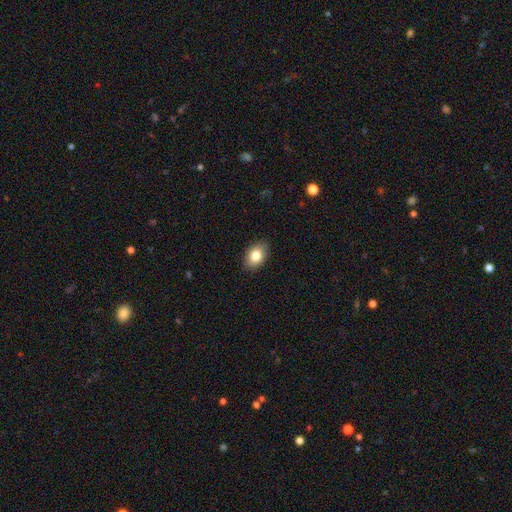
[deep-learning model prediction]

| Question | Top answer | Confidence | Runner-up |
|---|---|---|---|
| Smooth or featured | smooth | 83% | featured or disk (9%) |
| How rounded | in between | 83% | round (15%) |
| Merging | none | 87% | minor disturbance (10%) |